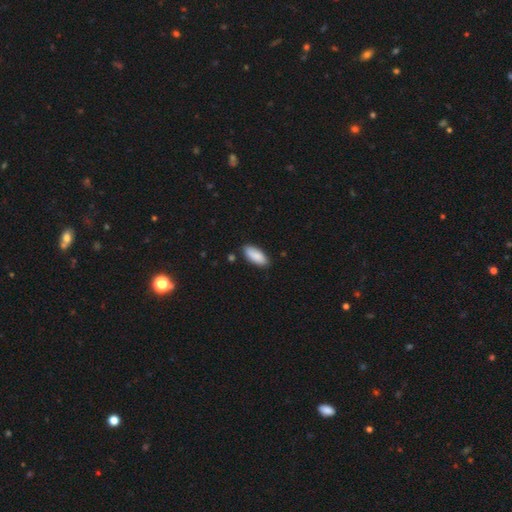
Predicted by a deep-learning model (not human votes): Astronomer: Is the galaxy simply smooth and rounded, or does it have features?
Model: smooth — 88%.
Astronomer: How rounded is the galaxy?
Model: in between — 83%.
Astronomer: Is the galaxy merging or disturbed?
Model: none — 84%.